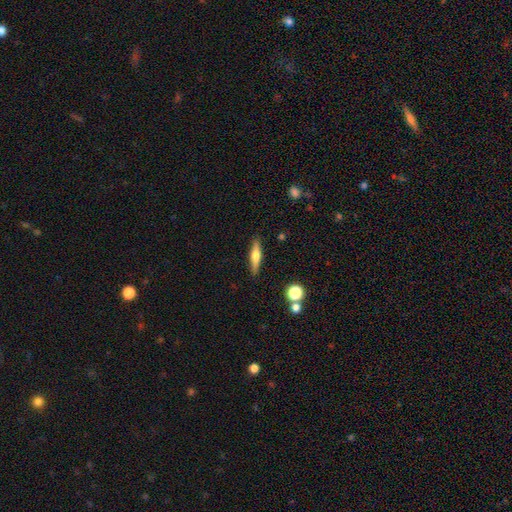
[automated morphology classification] featured or disk 49%, smooth 44%, star or artifact 7%. Down the decision tree: merging — none (89%).